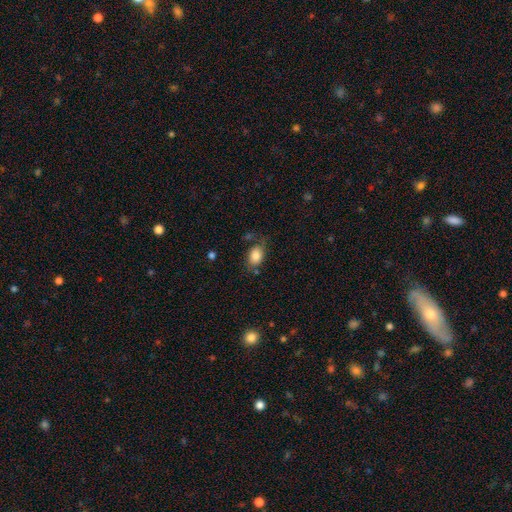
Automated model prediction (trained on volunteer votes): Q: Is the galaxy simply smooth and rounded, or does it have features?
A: smooth — 82%.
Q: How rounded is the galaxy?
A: in between — 81%.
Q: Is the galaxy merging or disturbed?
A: none — 65%.